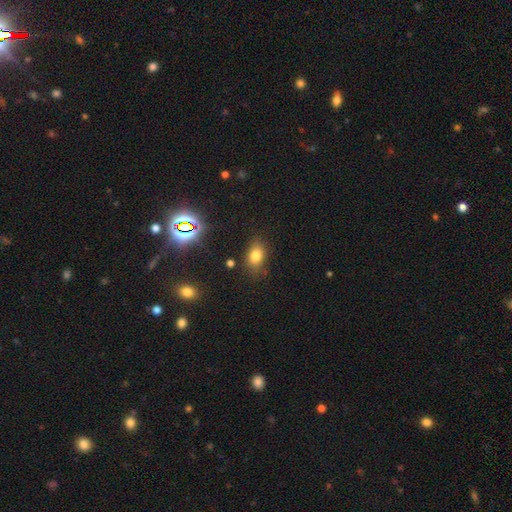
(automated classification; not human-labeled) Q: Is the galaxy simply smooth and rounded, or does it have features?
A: smooth — 77%.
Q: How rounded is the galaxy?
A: in between — 77%.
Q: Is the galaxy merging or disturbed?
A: none — 76%.